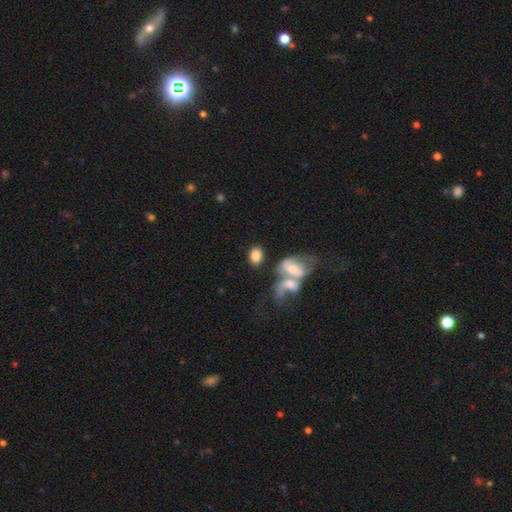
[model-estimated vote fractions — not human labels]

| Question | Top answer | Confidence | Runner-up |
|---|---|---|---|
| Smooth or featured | smooth | 78% | featured or disk (15%) |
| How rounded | in between | 81% | round (17%) |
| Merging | none | 44% | merger (35%) |